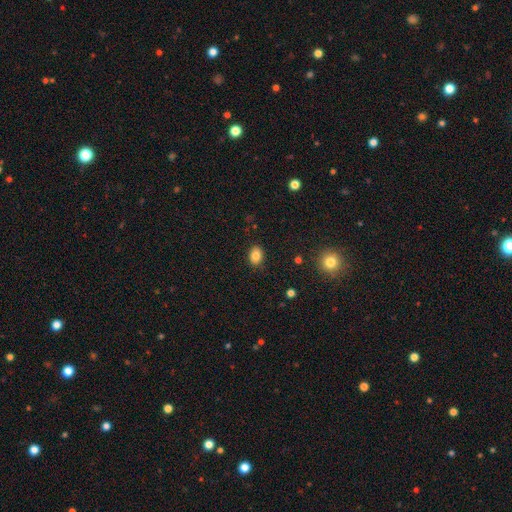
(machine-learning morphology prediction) A smooth galaxy with no disk features (83%) that is in between round and cigar-shaped (74%).

Vote fractions:
- Smooth or featured? smooth: 83% / star or artifact: 10% / featured or disk: 7%
- How rounded? in between: 74% / round: 25% / cigar-shaped: 1%
- Merging? none: 87% / minor disturbance: 10% / major disturbance: 2% / merger: 1%